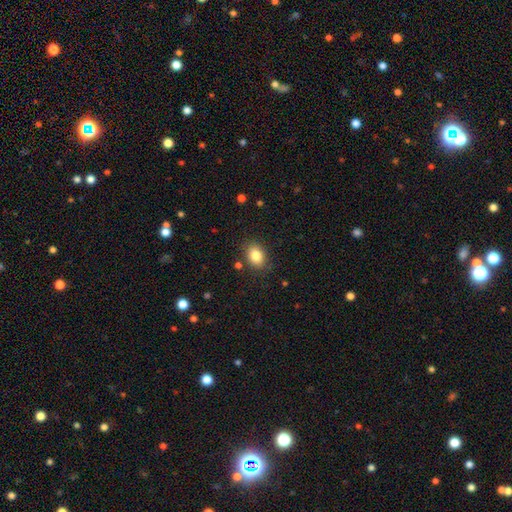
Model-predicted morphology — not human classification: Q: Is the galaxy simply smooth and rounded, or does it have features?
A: smooth — 84%.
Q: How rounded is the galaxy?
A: in between — 72%.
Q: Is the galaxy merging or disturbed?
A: none — 84%.